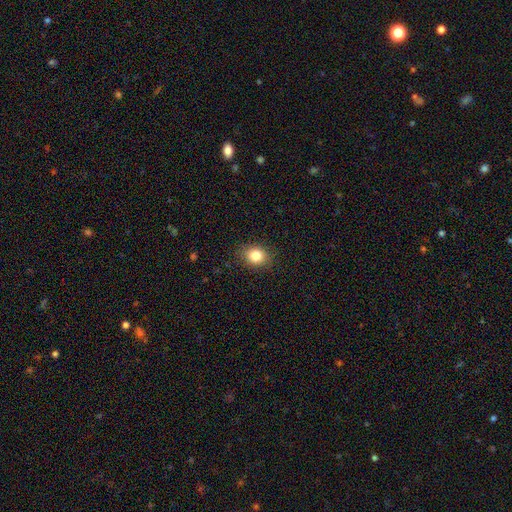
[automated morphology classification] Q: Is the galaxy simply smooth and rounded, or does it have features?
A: smooth — 83%.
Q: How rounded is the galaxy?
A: round — 60%.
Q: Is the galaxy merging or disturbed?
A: none — 87%.